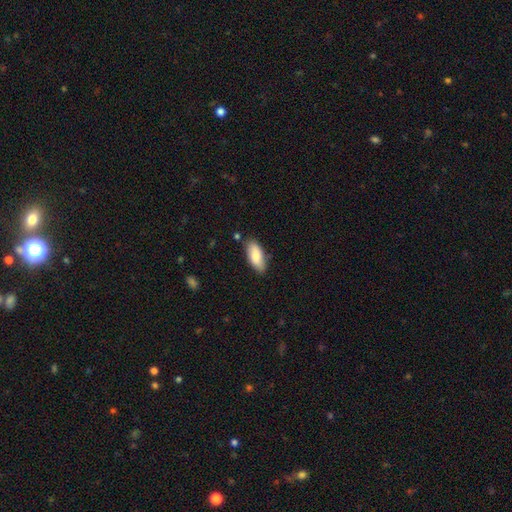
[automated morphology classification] smooth-or-featured: smooth: 82% | featured or disk: 12% | star or artifact: 6%
  how-rounded: in between: 87% | cigar-shaped: 11% | round: 2%
  merging: none: 82% | minor disturbance: 13% | merger: 3% | major disturbance: 2%